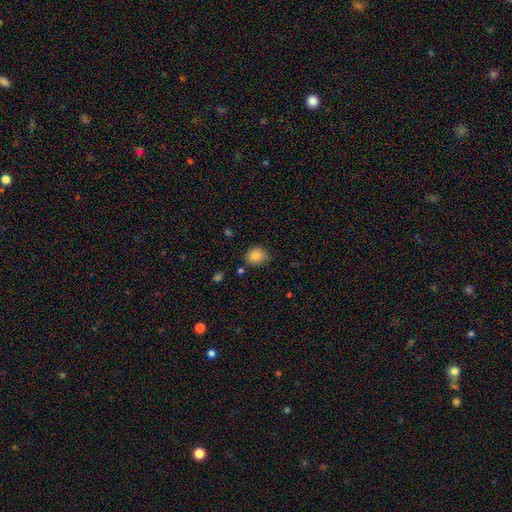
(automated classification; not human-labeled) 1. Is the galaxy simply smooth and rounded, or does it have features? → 83% smooth, 10% star or artifact, 7% featured or disk.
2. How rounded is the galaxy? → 78% round, 22% in between, 1% cigar-shaped.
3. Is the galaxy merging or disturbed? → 74% none, 20% minor disturbance, 3% major disturbance, 3% merger.